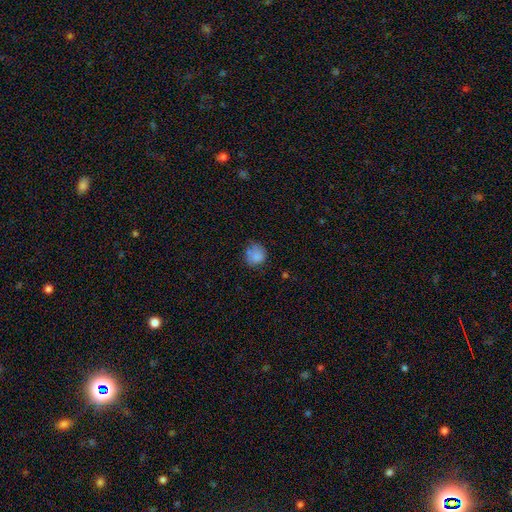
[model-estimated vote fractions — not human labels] smooth 82%, star or artifact 10%, featured or disk 8%. Down the decision tree: how rounded — round (84%); merging — none (61%).